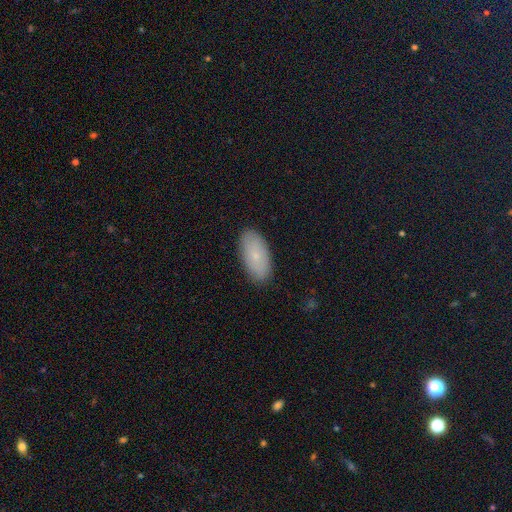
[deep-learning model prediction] Smooth or featured: smooth — 78% (featured or disk — 15%)
How rounded: in between — 94% (cigar-shaped — 4%)
Merging: none — 88% (minor disturbance — 9%)